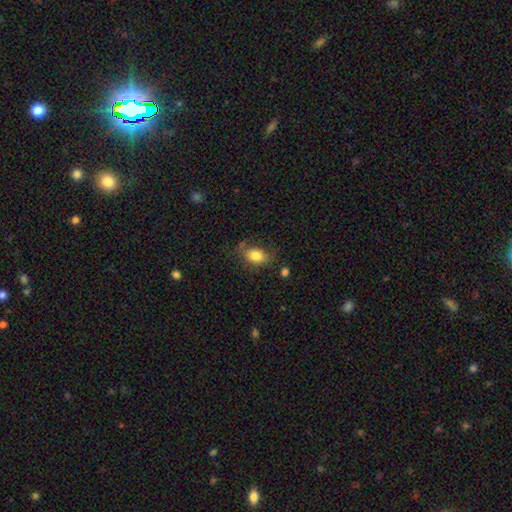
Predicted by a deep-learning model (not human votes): The model was most divided on "merging": none: 64%, minor disturbance: 23%, major disturbance: 9%, merger: 4%. More confident: smooth or featured — smooth (81%); how rounded — in between (81%).